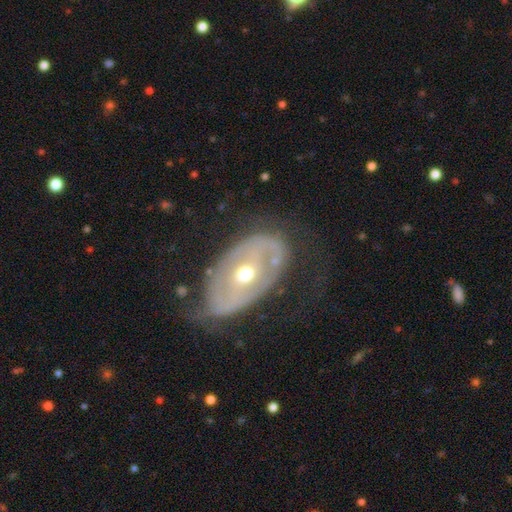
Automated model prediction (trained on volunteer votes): Smooth or featured? featured or disk (74%)
Edge-on disk? no (92%)
Bar? no (61%)
Spiral arms? yes (51%)
Bulge size? moderate (67%)
Merging? none (68%)